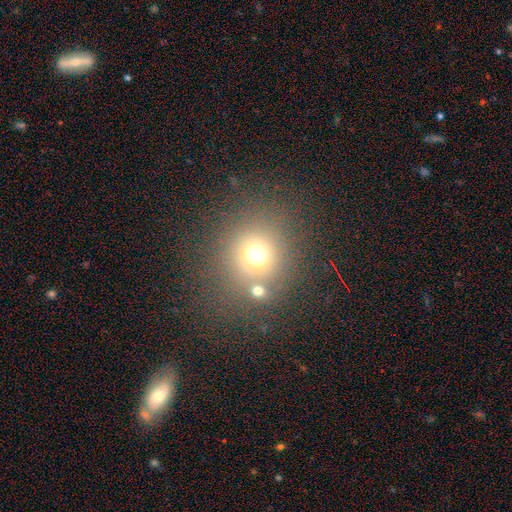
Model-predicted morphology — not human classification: Smooth or featured?
  - smooth: 67% *
  - star or artifact: 22%
  - featured or disk: 11%
How rounded?
  - round: 87% *
  - in between: 12%
  - cigar-shaped: 1%
Merging?
  - none: 71% *
  - merger: 13%
  - minor disturbance: 10%
  - major disturbance: 6%